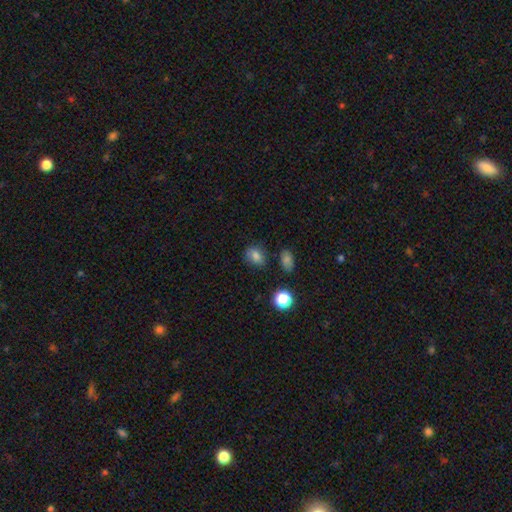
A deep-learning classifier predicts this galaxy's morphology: Smooth or featured: smooth — 78% (star or artifact — 13%)
How rounded: in between — 59% (round — 39%)
Merging: none — 73% (minor disturbance — 18%)